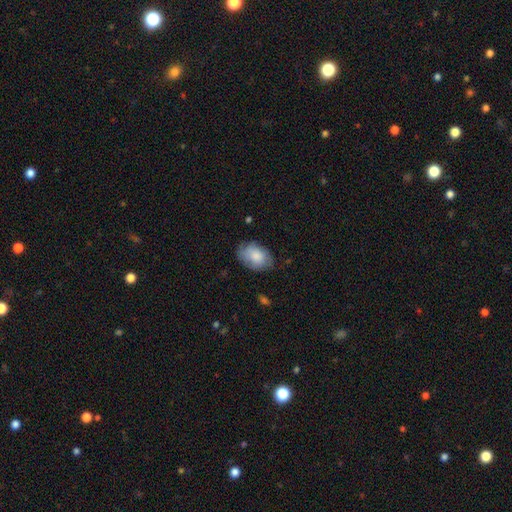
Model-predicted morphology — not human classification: smooth_or_featured: smooth (p=0.78) [alt: featured or disk p=0.16]
how_rounded: in between (p=0.86) [alt: round p=0.13]
merging: none (p=0.68) [alt: minor disturbance p=0.25]